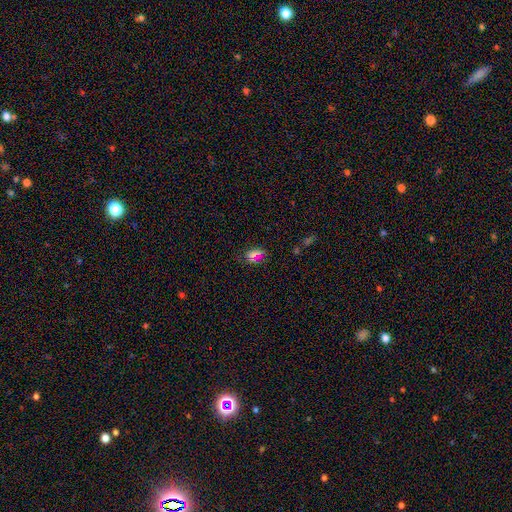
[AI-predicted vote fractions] smooth-or-featured: smooth: 59% | star or artifact: 31% | featured or disk: 10%
  how-rounded: in between: 69% | round: 27% | cigar-shaped: 4%
  merging: none: 74% | minor disturbance: 16% | major disturbance: 6% | merger: 4%